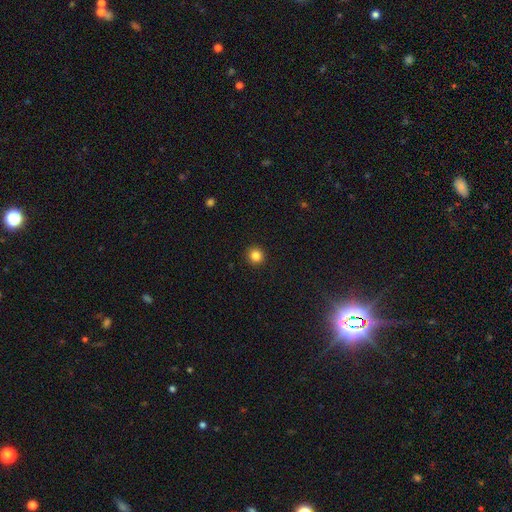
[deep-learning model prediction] Smooth or featured?
  - smooth: 84% *
  - star or artifact: 12%
  - featured or disk: 4%
How rounded?
  - round: 95% *
  - in between: 4%
  - cigar-shaped: 1%
Merging?
  - none: 93% *
  - minor disturbance: 4%
  - major disturbance: 2%
  - merger: 1%